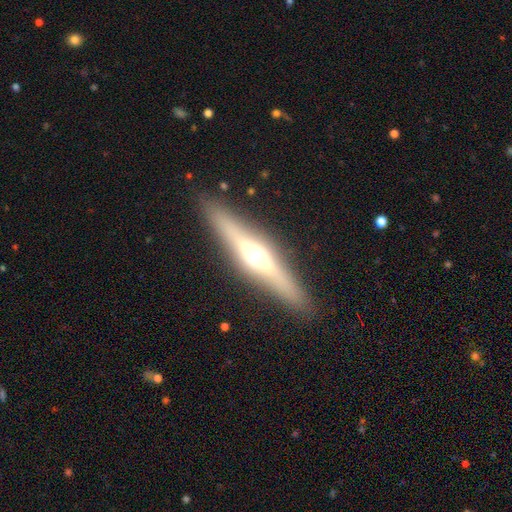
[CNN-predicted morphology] Smooth or featured?
  - featured or disk: 67% *
  - smooth: 26%
  - star or artifact: 7%
Edge-on disk?
  - yes: 93% *
  - no: 7%
Edge-on bulge?
  - rounded: 92% *
  - boxy: 5%
  - none: 4%
Merging?
  - none: 89% *
  - minor disturbance: 8%
  - major disturbance: 2%
  - merger: 1%